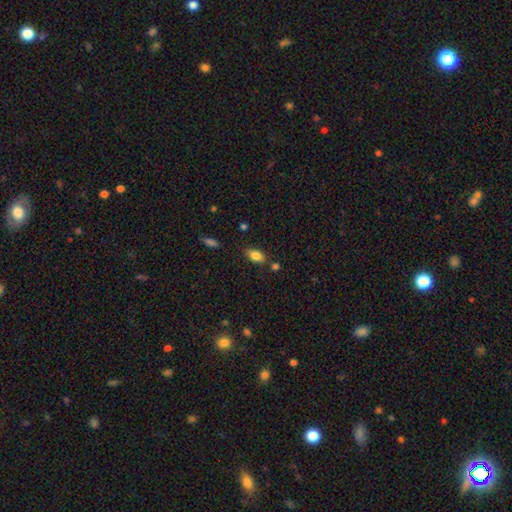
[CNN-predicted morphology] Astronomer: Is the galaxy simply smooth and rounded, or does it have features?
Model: smooth — 82%.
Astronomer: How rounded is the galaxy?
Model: in between — 89%.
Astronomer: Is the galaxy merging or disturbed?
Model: none — 77%.